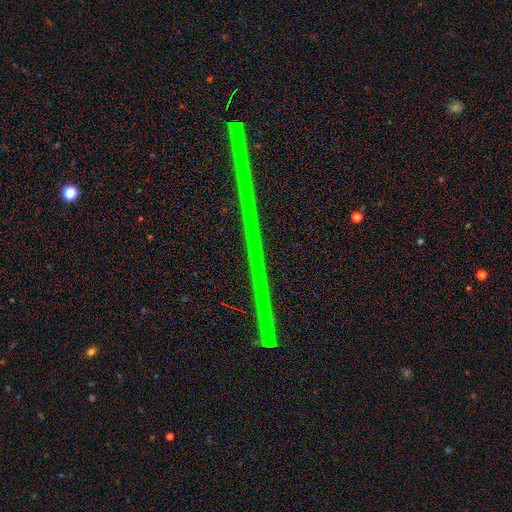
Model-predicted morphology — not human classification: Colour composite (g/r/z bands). It shows a star or artifact, not a galaxy (80%).